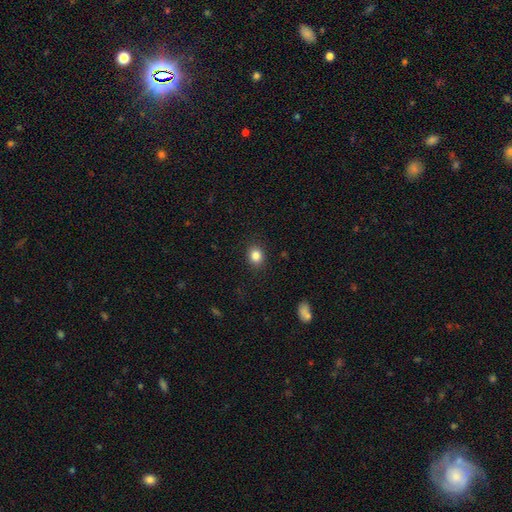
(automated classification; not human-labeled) smooth-or-featured: smooth: 85% | star or artifact: 10% | featured or disk: 5%
  how-rounded: round: 65% | in between: 34% | cigar-shaped: 1%
  merging: none: 89% | minor disturbance: 7% | major disturbance: 2% | merger: 1%